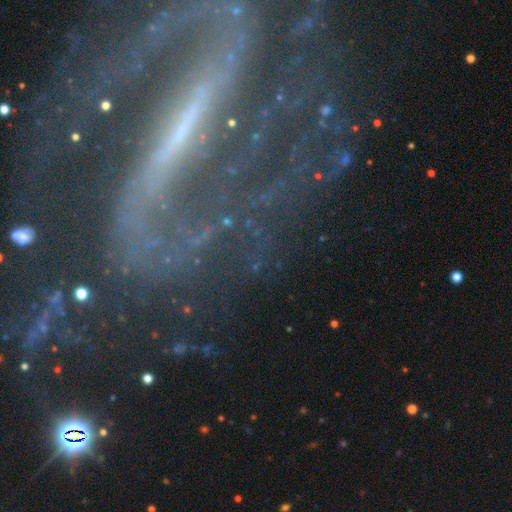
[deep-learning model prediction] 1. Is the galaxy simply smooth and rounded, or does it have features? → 75% featured or disk, 15% star or artifact, 9% smooth.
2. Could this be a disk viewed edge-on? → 83% no, 17% yes.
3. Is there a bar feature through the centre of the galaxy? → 63% strong, 20% weak, 17% no.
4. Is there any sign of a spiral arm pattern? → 74% yes, 26% no.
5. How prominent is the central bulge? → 41% small, 26% moderate, 22% none, 7% large, 4% dominant.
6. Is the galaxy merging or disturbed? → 60% none, 20% major disturbance, 15% minor disturbance, 5% merger.